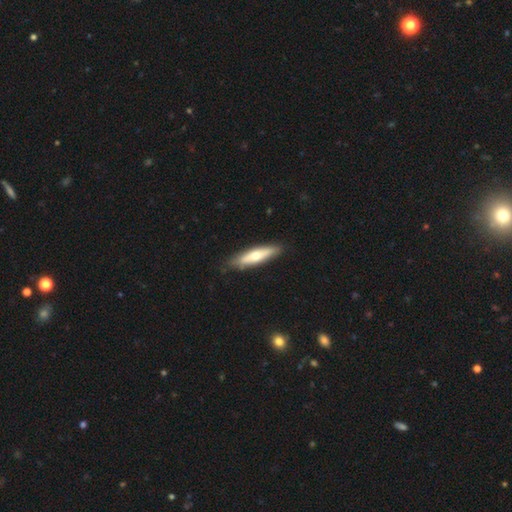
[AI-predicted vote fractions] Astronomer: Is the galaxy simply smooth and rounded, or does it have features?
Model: smooth — 55% (runner-up: featured or disk, 40%).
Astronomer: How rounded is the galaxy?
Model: cigar-shaped — 72%.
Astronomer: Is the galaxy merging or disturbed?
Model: none — 85%.